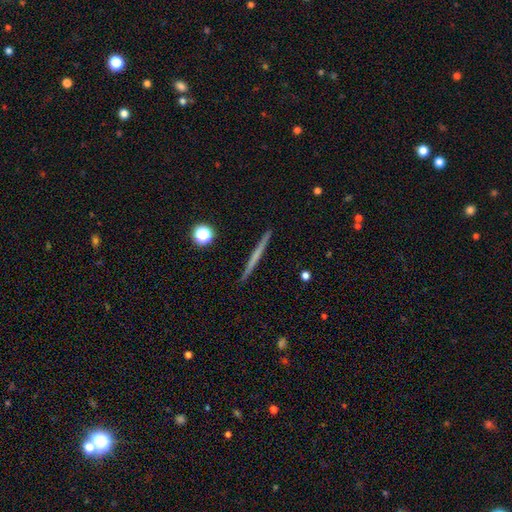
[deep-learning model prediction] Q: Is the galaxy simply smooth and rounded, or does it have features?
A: featured or disk — 52%.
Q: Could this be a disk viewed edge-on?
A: yes — 98%.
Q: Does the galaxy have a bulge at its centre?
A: none — 88%.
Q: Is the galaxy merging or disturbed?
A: none — 93%.